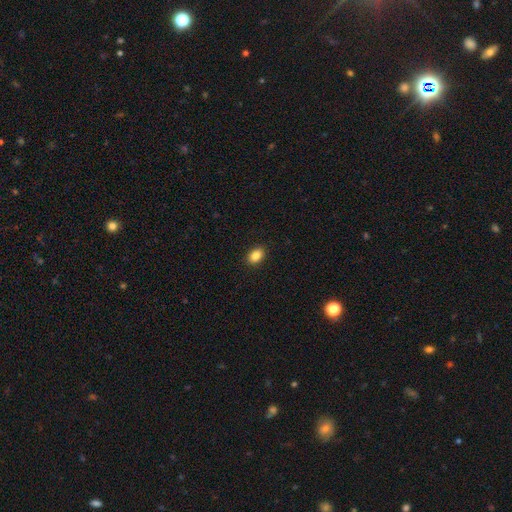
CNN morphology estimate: type=smooth (87%); roundness=in between (82%); merging=none (90%).